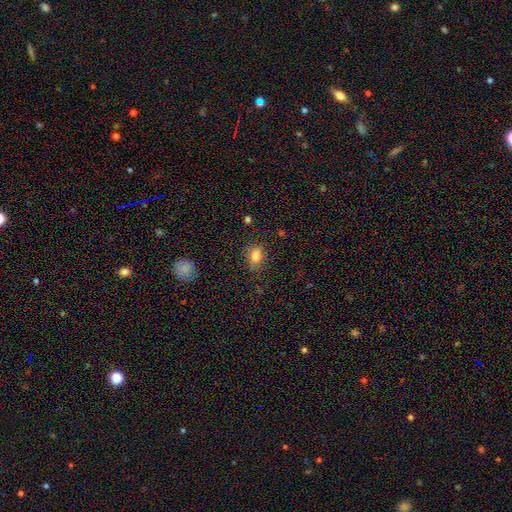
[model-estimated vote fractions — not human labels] The model was most divided on "how rounded": in between: 65%, round: 34%, cigar-shaped: 2%. More confident: smooth or featured — smooth (82%); merging — none (80%).